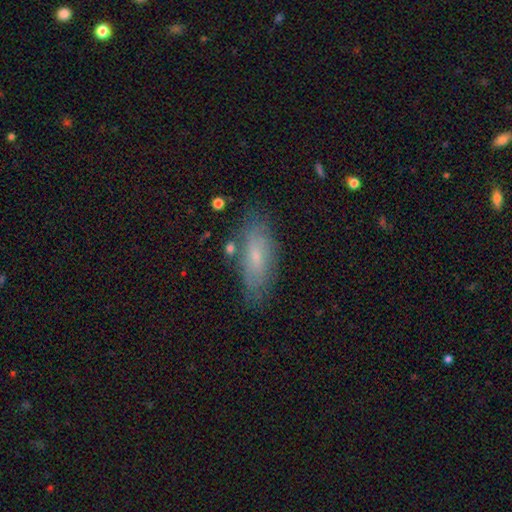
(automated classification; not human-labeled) Smooth or featured: smooth — 58% (featured or disk — 33%)
How rounded: in between — 72% (cigar-shaped — 25%)
Merging: none — 77% (minor disturbance — 16%)